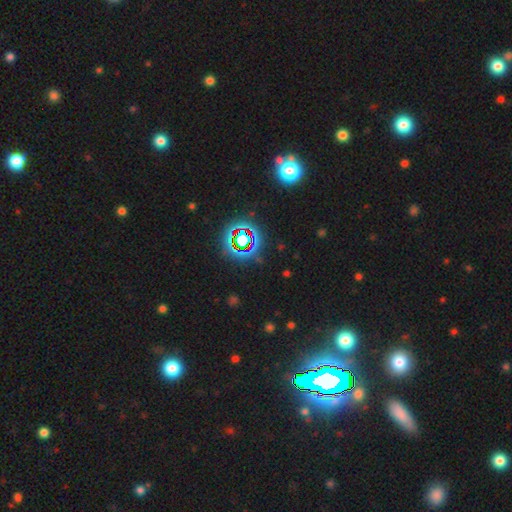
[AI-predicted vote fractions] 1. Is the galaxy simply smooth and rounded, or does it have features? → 72% star or artifact, 14% smooth, 13% featured or disk.